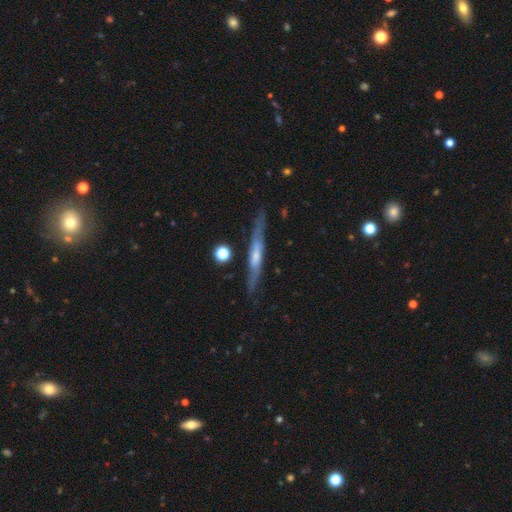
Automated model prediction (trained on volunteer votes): Q: Smooth or featured?
A: featured or disk (64%); runner-up: smooth (30%)
Q: Edge-on disk?
A: yes (90%); runner-up: no (10%)
Q: Edge-on bulge?
A: none (45%); runner-up: rounded (43%)
Q: Merging?
A: none (82%); runner-up: minor disturbance (13%)